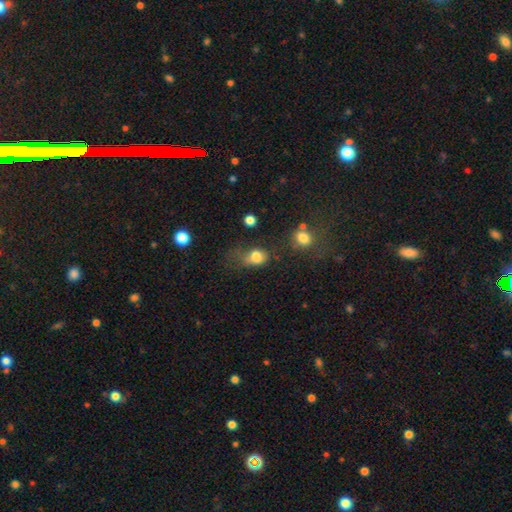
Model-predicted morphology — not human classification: smooth-or-featured: smooth: 77% | star or artifact: 11% | featured or disk: 11%
  how-rounded: in between: 64% | round: 35% | cigar-shaped: 2%
  merging: minor disturbance: 31% | none: 30% | major disturbance: 30% | merger: 9%